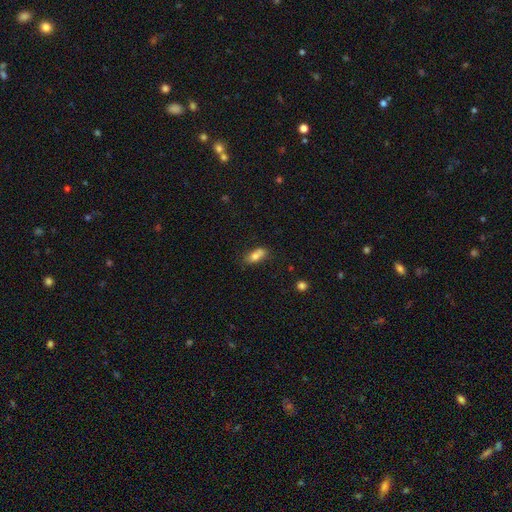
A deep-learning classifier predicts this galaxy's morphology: smooth-or-featured: smooth: 74% | featured or disk: 16% | star or artifact: 9%
  how-rounded: in between: 80% | cigar-shaped: 12% | round: 8%
  merging: none: 47% | merger: 30% | minor disturbance: 18% | major disturbance: 6%